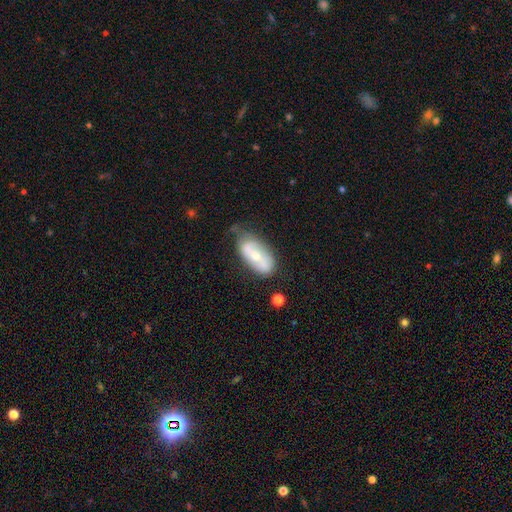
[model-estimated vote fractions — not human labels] Smooth or featured? Predicted: featured or disk (p=0.57). Edge-on disk? Predicted: no (p=0.90). Bar? Predicted: no (p=0.56). Spiral arms? Predicted: yes (p=0.59). Bulge size? Predicted: moderate (p=0.54). Merging? Predicted: none (p=0.58).